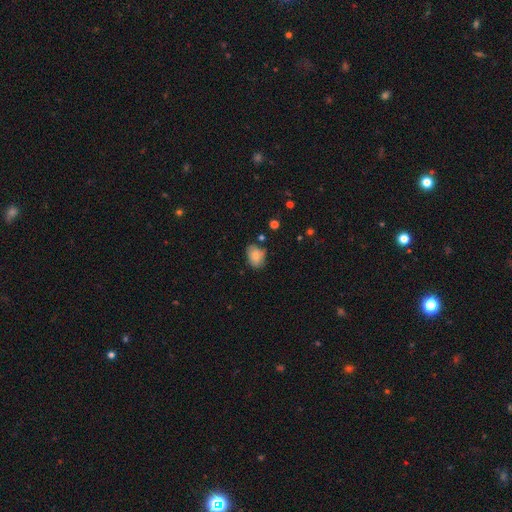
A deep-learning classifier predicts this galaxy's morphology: type=smooth (80%); roundness=in between (76%); merging=none (68%).